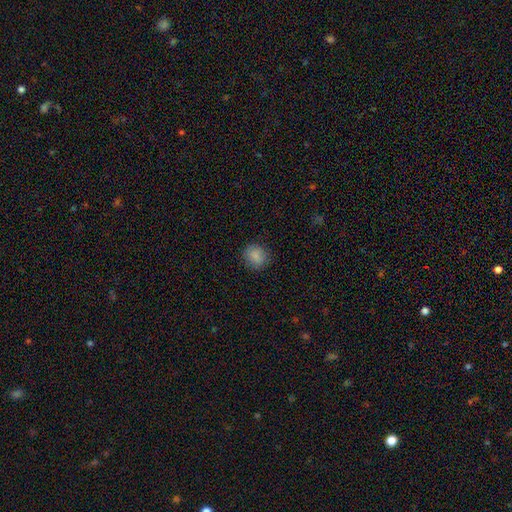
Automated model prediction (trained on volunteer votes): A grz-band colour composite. It shows a smooth galaxy with no disk features (86%) that is round (77%). Merging: none (86%).